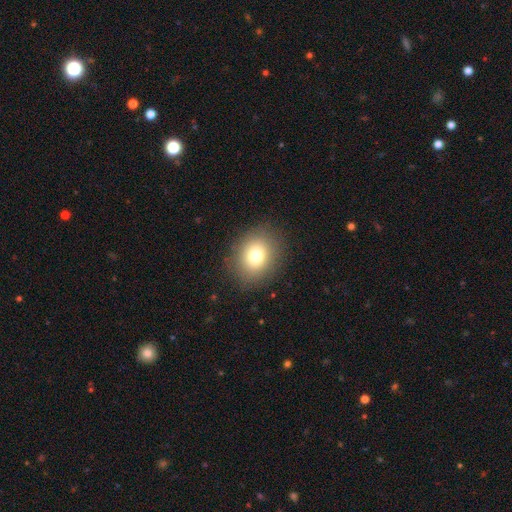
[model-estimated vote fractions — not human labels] A smooth galaxy with no disk features (77%) that is round (57%). Merging: none (86%).